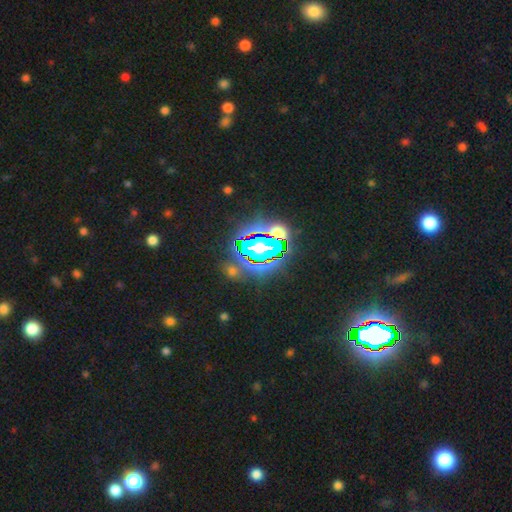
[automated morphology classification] This appears to be a star or artifact, not a galaxy (83%).